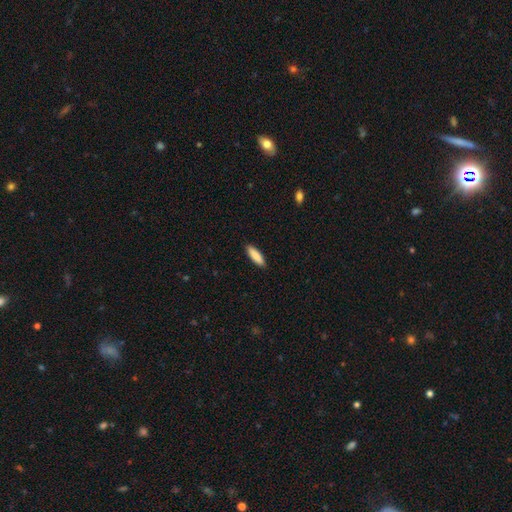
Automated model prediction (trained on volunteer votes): Smooth or featured? smooth (88%)
How rounded? cigar-shaped (55%)
Merging? none (90%)